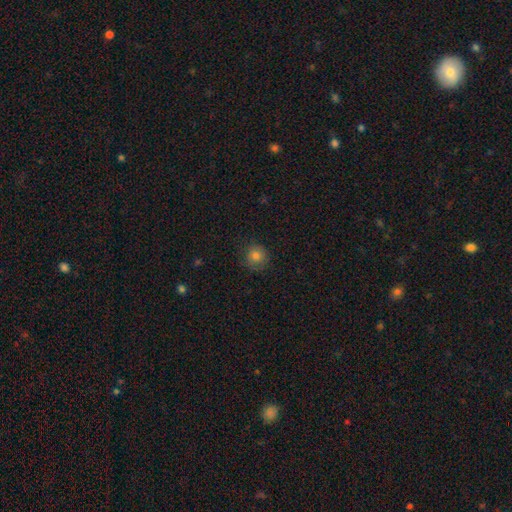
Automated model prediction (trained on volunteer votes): The model was most divided on "smooth or featured": smooth: 80%, star or artifact: 12%, featured or disk: 7%. More confident: how rounded — round (91%); merging — none (83%).